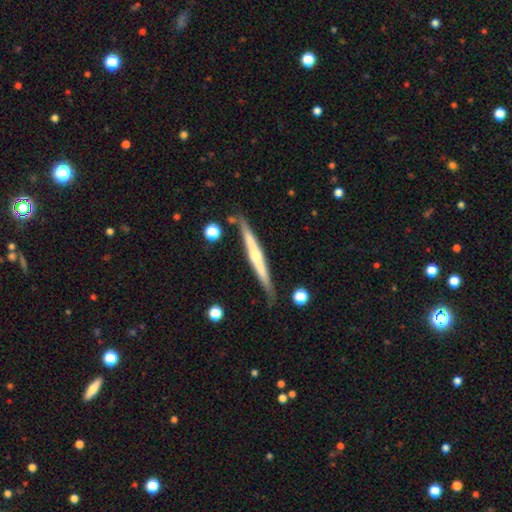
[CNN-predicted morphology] Smooth or featured? featured or disk (65%)
Edge-on disk? yes (97%)
Edge-on bulge? rounded (61%)
Merging? none (82%)